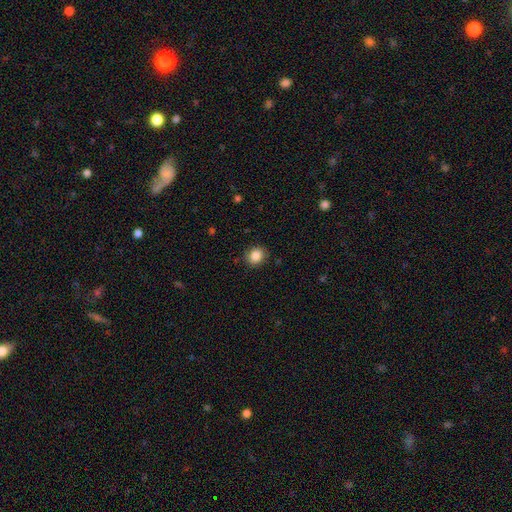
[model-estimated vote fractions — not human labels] This is clearly a smooth galaxy (86%). How rounded: likely round (72%). Merging: clearly none (87%).